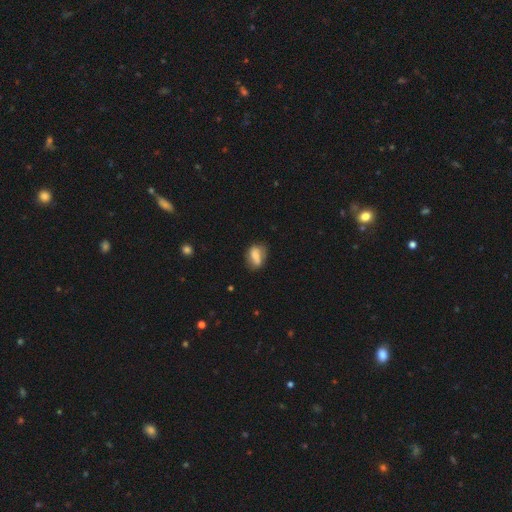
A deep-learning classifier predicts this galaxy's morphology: smooth-or-featured: smooth: 66% | featured or disk: 26% | star or artifact: 9%
  how-rounded: in between: 76% | round: 19% | cigar-shaped: 5%
  merging: none: 56% | minor disturbance: 27% | merger: 9% | major disturbance: 9%